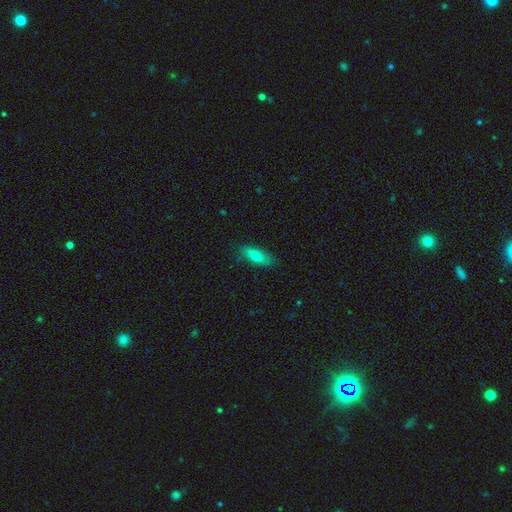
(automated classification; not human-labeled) Smooth or featured?
  - smooth: 72% *
  - featured or disk: 21%
  - star or artifact: 7%
How rounded?
  - in between: 60% *
  - cigar-shaped: 37%
  - round: 2%
Merging?
  - none: 79% *
  - minor disturbance: 16%
  - major disturbance: 3%
  - merger: 1%